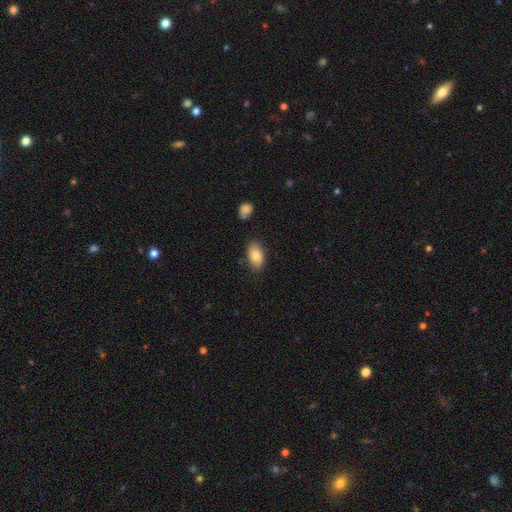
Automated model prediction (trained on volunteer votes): Morphology: type=smooth (81%); roundness=in between (93%); merging=none (79%).